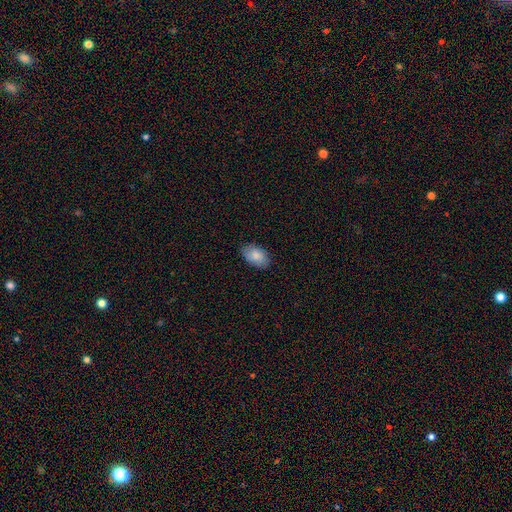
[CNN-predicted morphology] smooth-or-featured: smooth: 85% | featured or disk: 9% | star or artifact: 7%
  how-rounded: in between: 91% | round: 7% | cigar-shaped: 1%
  merging: none: 85% | minor disturbance: 12% | major disturbance: 2% | merger: 1%